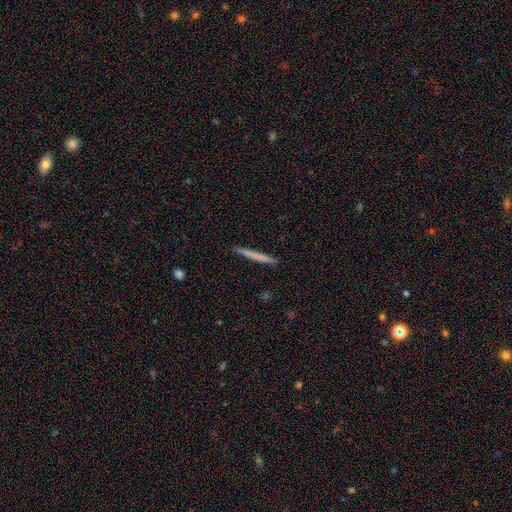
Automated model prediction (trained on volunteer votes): A smooth galaxy with no disk features (70%) that is cigar-shaped (97%). Merging: none (92%).